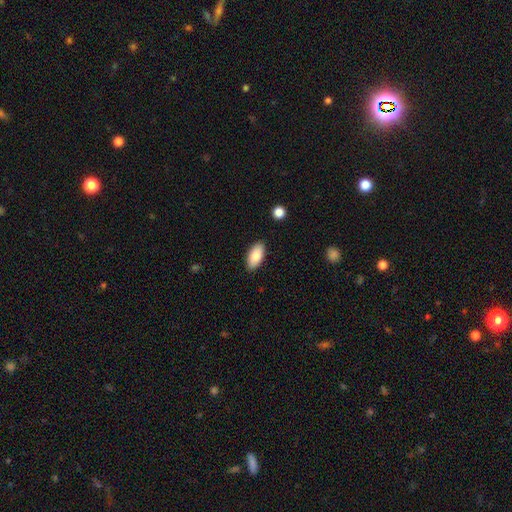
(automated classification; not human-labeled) smooth 84%, featured or disk 9%, star or artifact 6%. Down the decision tree: how rounded — in between (92%); merging — none (88%).